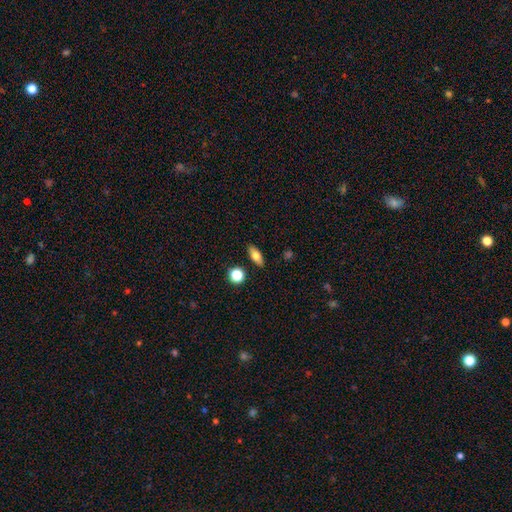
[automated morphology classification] A smooth galaxy with no disk features (72%) that is in between round and cigar-shaped (74%). Merging: none (87%).